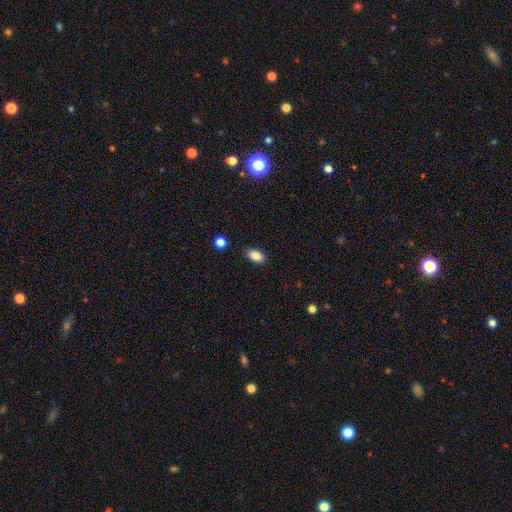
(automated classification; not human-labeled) smooth_or_featured: smooth (p=0.86) [alt: star or artifact p=0.09]
how_rounded: in between (p=0.90) [alt: round p=0.07]
merging: none (p=0.86) [alt: minor disturbance p=0.10]